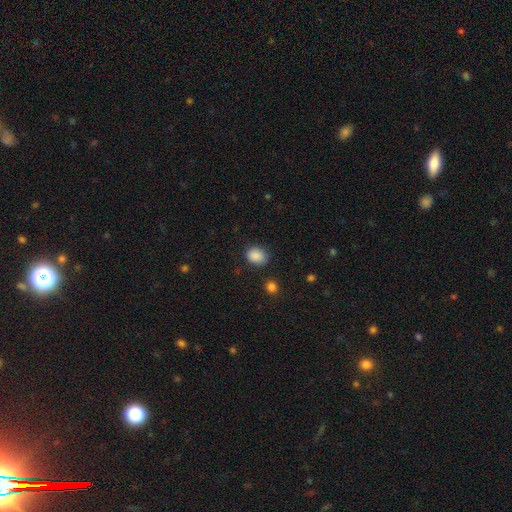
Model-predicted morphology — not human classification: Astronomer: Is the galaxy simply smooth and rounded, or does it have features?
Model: smooth — 88%.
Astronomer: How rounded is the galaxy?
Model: in between — 57% (runner-up: round, 42%).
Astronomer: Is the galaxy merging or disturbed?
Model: none — 81%.